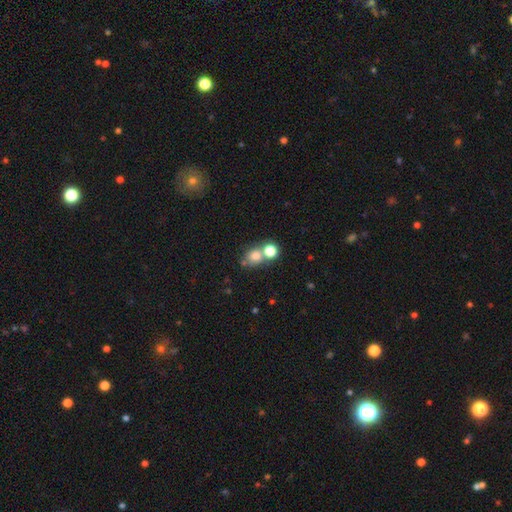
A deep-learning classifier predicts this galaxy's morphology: Smooth or featured: smooth — 74% (star or artifact — 14%)
How rounded: round — 73% (in between — 26%)
Merging: none — 47% (merger — 41%)